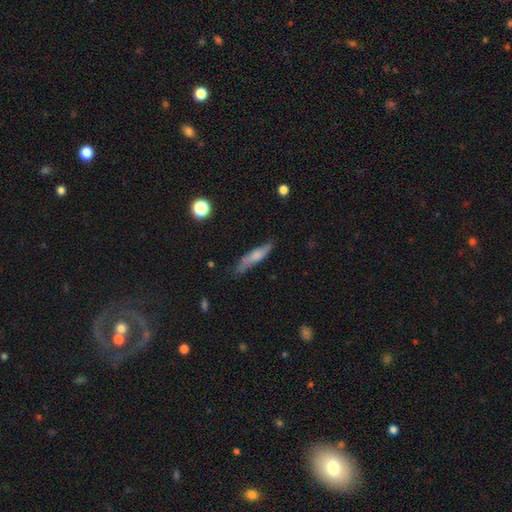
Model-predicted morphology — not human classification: This appears to be a smooth galaxy with no disk features (60%) that is cigar-shaped (77%). Merging: none (65%).